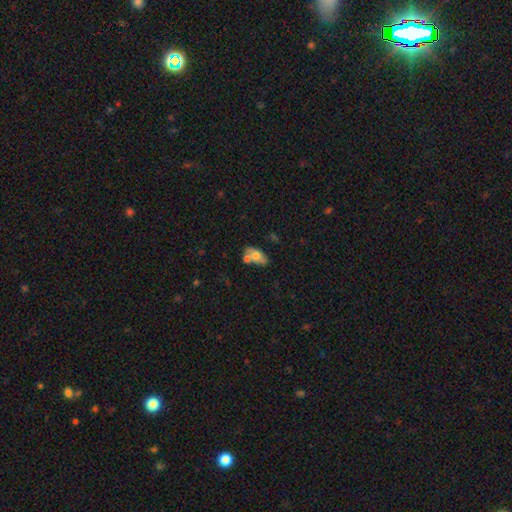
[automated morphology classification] Smooth or featured?
  - smooth: 61% *
  - featured or disk: 31%
  - star or artifact: 7%
How rounded?
  - in between: 89% *
  - round: 7%
  - cigar-shaped: 4%
Merging?
  - none: 51% *
  - merger: 29%
  - minor disturbance: 15%
  - major disturbance: 5%